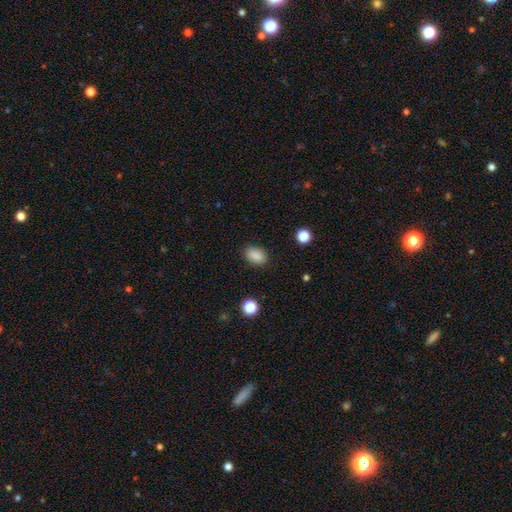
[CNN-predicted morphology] This appears to be a smooth galaxy with no disk features (87%) that is in between round and cigar-shaped (83%). Merging: none (86%).